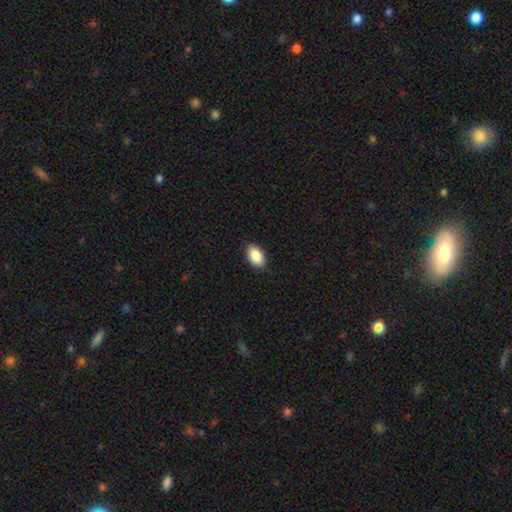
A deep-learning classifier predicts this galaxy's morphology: This is clearly a smooth galaxy (88%). How rounded: clearly in between (92%). Merging: clearly none (89%).